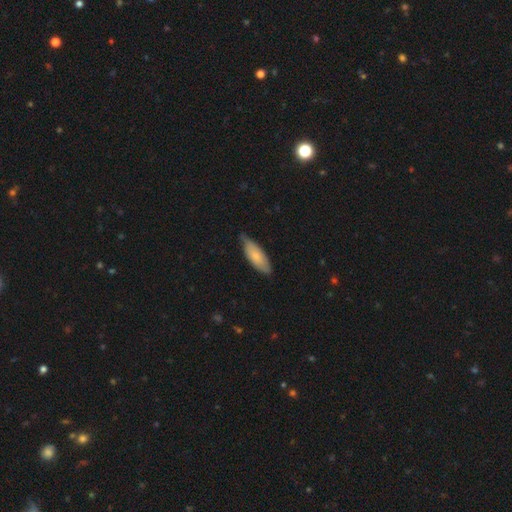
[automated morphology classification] Smooth or featured?
  - smooth: 75% *
  - featured or disk: 20%
  - star or artifact: 5%
How rounded?
  - in between: 74% *
  - cigar-shaped: 24%
  - round: 2%
Merging?
  - none: 61% *
  - minor disturbance: 34%
  - major disturbance: 4%
  - merger: 1%